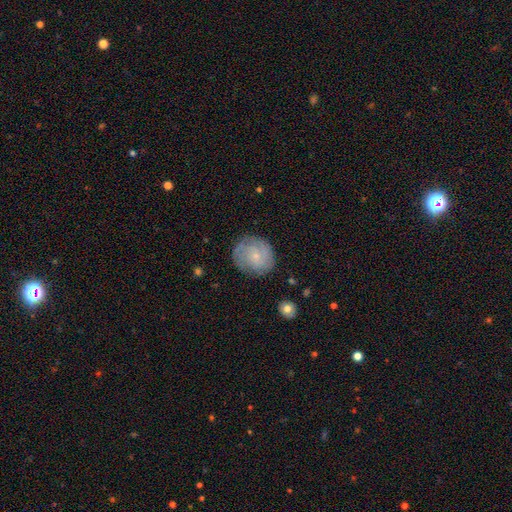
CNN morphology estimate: This is possibly a featured or disk galaxy (59%). It is clearly not viewed edge-on (98%). Bar: likely no (76%). Spiral arm pattern: clearly yes (87%). Spiral arm count: marginally can't tell (42%). Spiral winding: likely tight (63%). Central bulge: likely small (78%). Merging: likely none (78%).